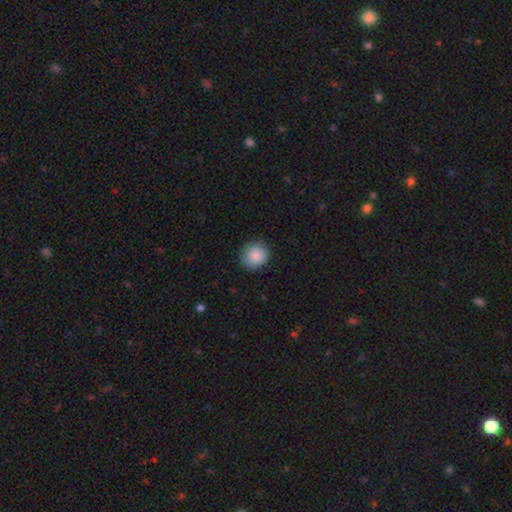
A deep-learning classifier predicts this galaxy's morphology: smooth_or_featured: smooth (p=0.88) [alt: star or artifact p=0.07]
how_rounded: round (p=0.86) [alt: in between p=0.13]
merging: none (p=0.85) [alt: minor disturbance p=0.12]